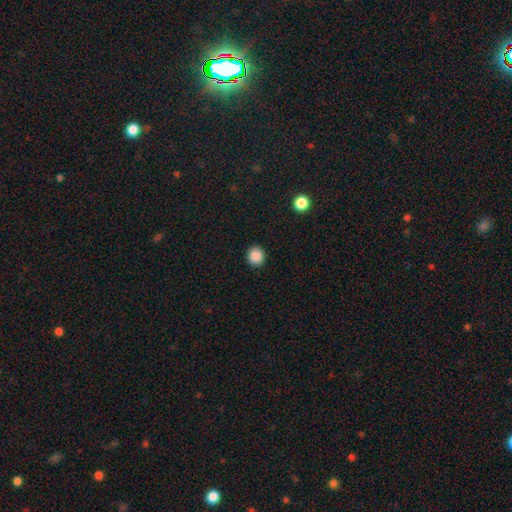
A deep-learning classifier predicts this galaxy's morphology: Overall: smooth (88%). How rounded: round (87%). Merging: none (92%).